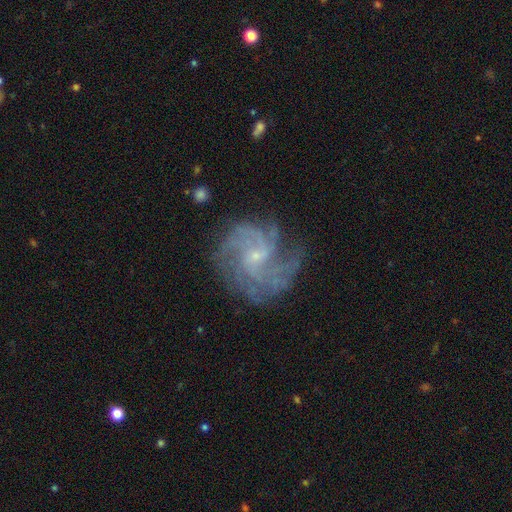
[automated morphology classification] The model was most divided on "spiral arm count": 3: 25%, 4: 23%, can't tell: 21%, 2: 14%, more than 4: 9%, 1: 8%. Remaining: edge-on disk — no (98%); spiral arms — yes (97%); smooth or featured — featured or disk (87%); bulge size — small (78%); merging — none (70%); bar — no (57%); spiral winding — medium (44%).